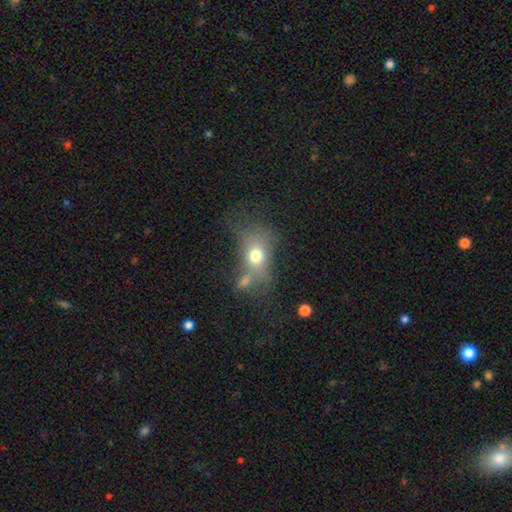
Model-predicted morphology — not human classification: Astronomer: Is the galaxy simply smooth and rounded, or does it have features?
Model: smooth — 67%.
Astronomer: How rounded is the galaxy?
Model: in between — 66%.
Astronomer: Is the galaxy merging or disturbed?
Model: none — 34% (runner-up: major disturbance, 24%).